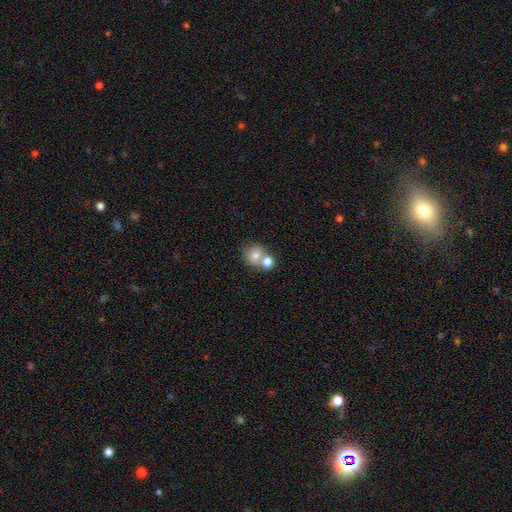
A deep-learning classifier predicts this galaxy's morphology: Smooth or featured: smooth — 76% (featured or disk — 13%)
How rounded: round — 82% (in between — 17%)
Merging: merger — 46% (none — 44%)